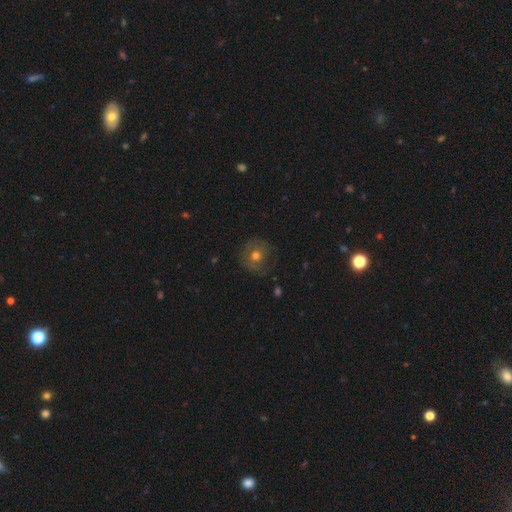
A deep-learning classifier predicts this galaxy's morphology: Smooth or featured: smooth — 54% (featured or disk — 33%)
How rounded: round — 89% (in between — 10%)
Merging: none — 75% (minor disturbance — 16%)